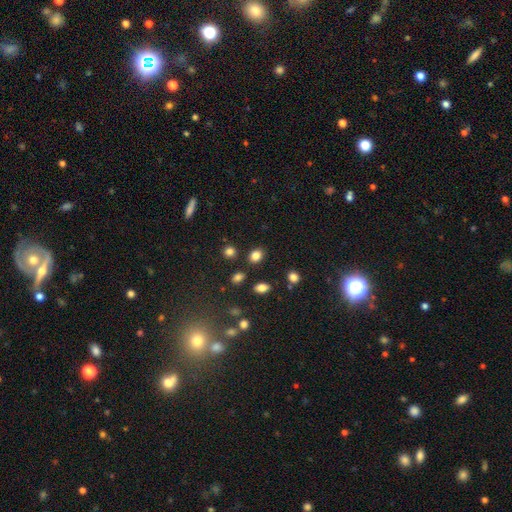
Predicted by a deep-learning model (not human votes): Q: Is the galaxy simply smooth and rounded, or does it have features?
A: smooth — 83%.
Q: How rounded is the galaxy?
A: in between — 60%.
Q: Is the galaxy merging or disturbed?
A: none — 82%.